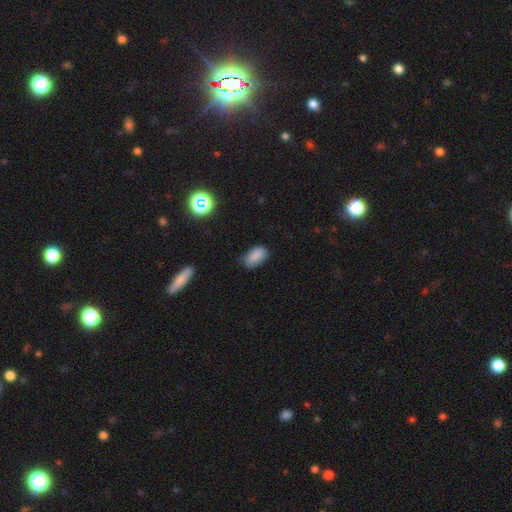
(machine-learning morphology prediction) Q: Smooth or featured?
A: smooth (82%); runner-up: star or artifact (10%)
Q: How rounded?
A: in between (92%); runner-up: round (6%)
Q: Merging?
A: none (57%); runner-up: minor disturbance (34%)